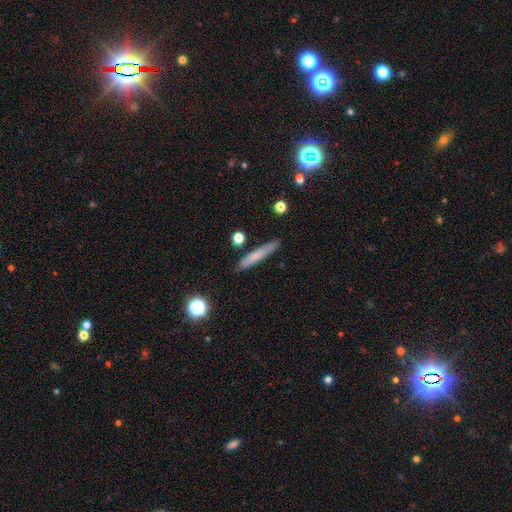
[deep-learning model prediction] Smooth or featured? Predicted: smooth (p=0.70). How rounded? Predicted: cigar-shaped (p=0.91). Merging? Predicted: none (p=0.85).